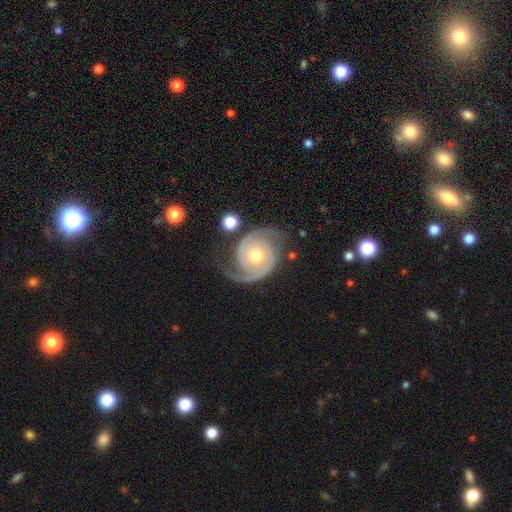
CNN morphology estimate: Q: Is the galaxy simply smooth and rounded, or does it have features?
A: featured or disk — 91%.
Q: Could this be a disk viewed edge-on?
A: no — 98%.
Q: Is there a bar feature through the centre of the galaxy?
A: no — 76%.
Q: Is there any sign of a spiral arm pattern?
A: yes — 98%.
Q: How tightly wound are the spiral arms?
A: tight — 46%.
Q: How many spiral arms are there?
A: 2 — 93%.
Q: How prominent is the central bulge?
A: moderate — 70%.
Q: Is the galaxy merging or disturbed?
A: none — 76%.